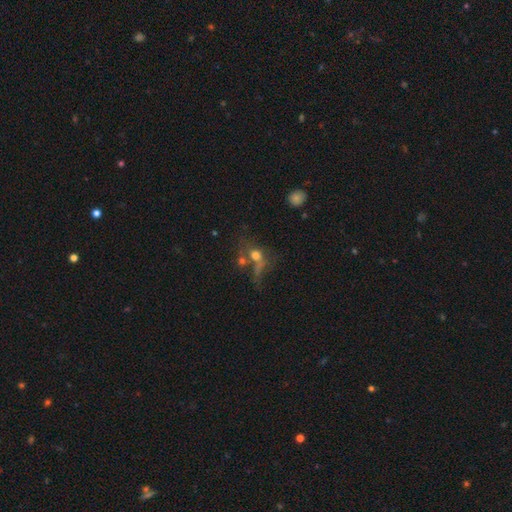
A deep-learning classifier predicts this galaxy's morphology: A smooth galaxy with no disk features (54%) that is round (62%). Merging: none (32%).